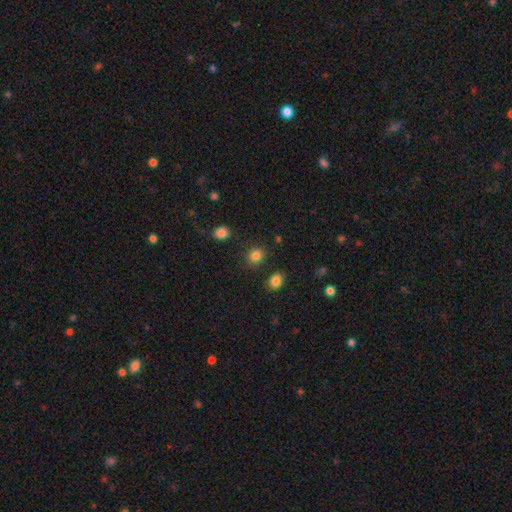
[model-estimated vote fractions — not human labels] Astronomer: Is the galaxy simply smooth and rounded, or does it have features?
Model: smooth — 84%.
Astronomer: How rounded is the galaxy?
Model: round — 74%.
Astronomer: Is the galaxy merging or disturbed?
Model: none — 83%.